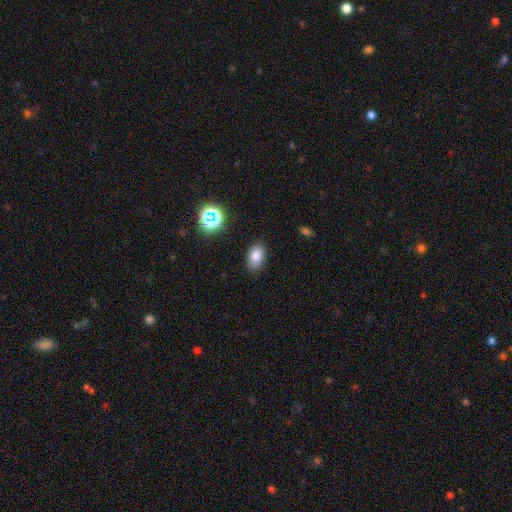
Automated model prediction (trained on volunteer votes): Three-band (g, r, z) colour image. It shows a smooth galaxy with no disk features (81%) that is in between round and cigar-shaped (88%). Merging: none (82%).